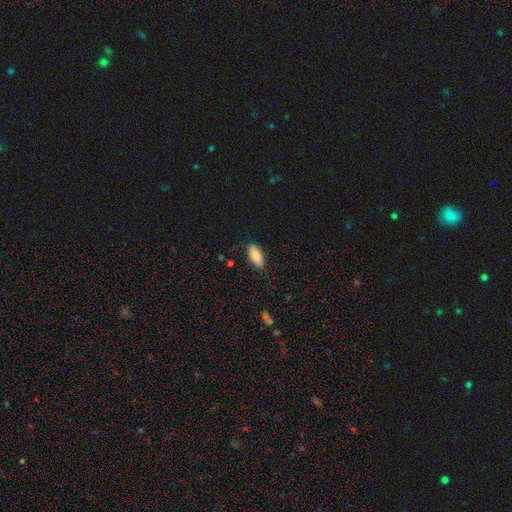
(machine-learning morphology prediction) This is clearly a smooth galaxy (82%). How rounded: clearly in between (86%). Merging: clearly none (82%).